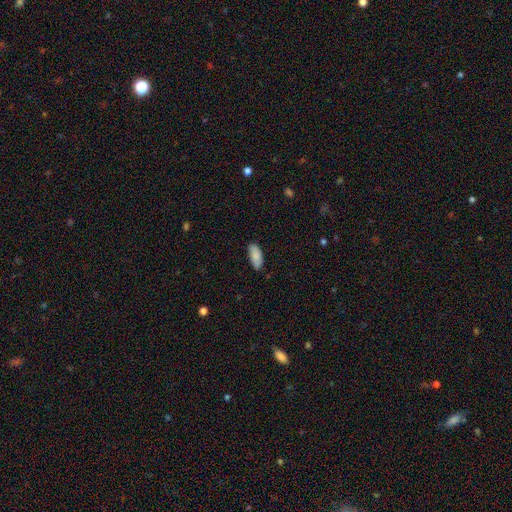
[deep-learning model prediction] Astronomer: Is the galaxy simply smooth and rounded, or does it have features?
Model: smooth — 86%.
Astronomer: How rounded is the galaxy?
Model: in between — 86%.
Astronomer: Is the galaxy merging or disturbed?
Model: none — 83%.